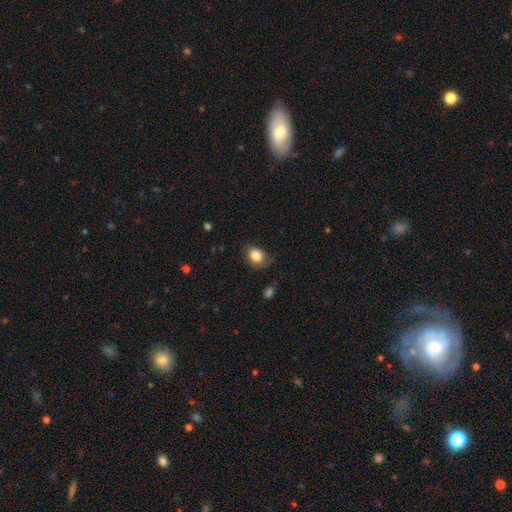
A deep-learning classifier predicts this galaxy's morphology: A smooth galaxy with no disk features (82%) that is in between round and cigar-shaped (63%). Merging: none (66%).